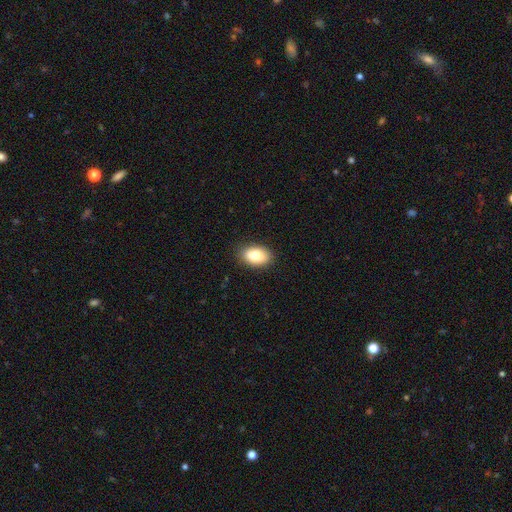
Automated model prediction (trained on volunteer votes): Smooth or featured: smooth — 82% (featured or disk — 11%)
How rounded: in between — 89% (round — 9%)
Merging: none — 88% (minor disturbance — 9%)